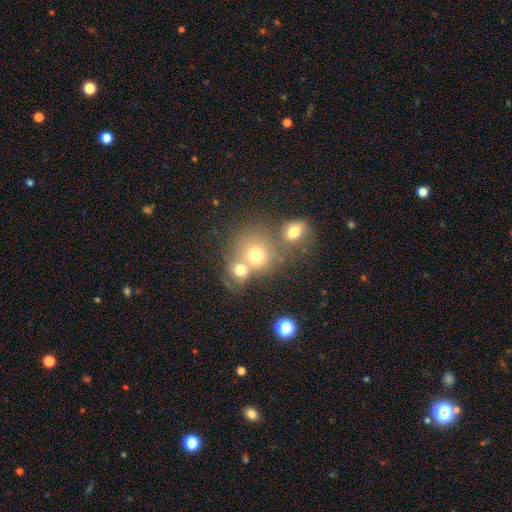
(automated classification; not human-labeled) smooth_or_featured: smooth (p=0.68) [alt: star or artifact p=0.16]
how_rounded: round (p=0.78) [alt: in between p=0.21]
merging: merger (p=0.49) [alt: none p=0.38]